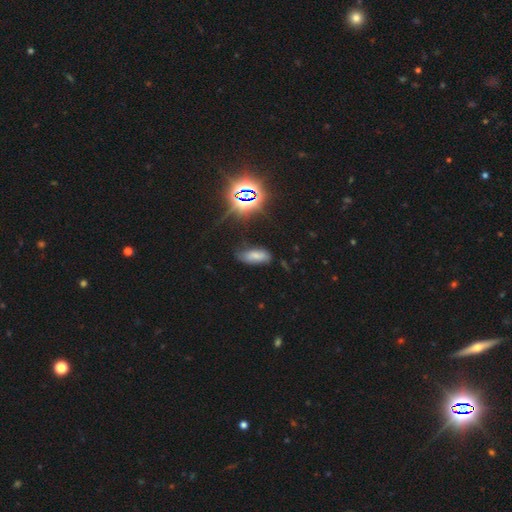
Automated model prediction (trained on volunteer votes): The model was most divided on "smooth or featured": smooth: 60%, star or artifact: 24%, featured or disk: 16%. More confident: how rounded — in between (85%); merging — none (63%).